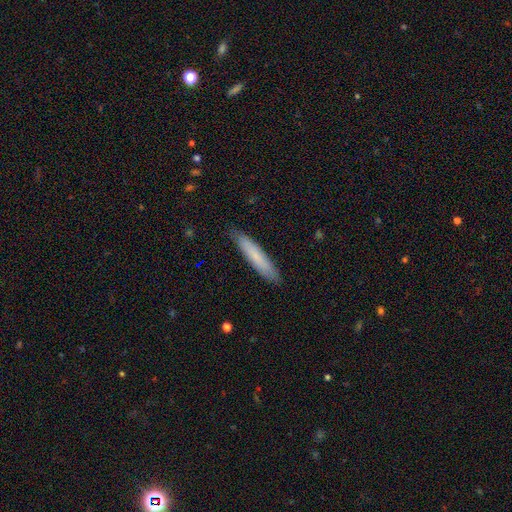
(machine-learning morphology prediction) This appears to be a smooth galaxy with no disk features (76%) that is cigar-shaped (90%). Merging: none (87%).